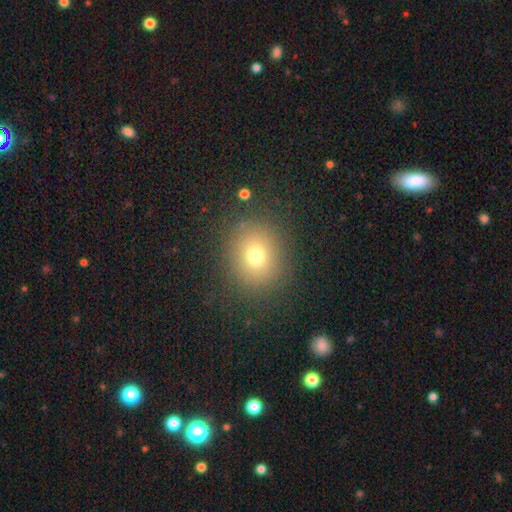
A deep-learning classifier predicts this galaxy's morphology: This is likely a smooth galaxy (72%). How rounded: likely round (76%). Merging: clearly none (86%).